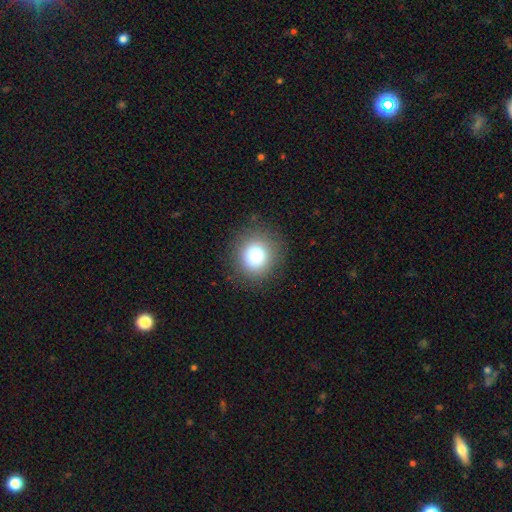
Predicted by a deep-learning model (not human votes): Morphology: type=smooth (81%); roundness=round (88%); merging=none (87%).